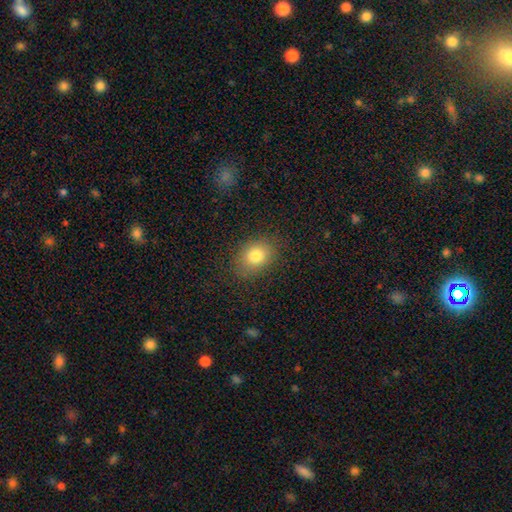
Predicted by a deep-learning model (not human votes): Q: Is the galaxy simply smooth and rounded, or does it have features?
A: smooth — 80%.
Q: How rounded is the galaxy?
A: in between — 63%.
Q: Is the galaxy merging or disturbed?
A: none — 83%.